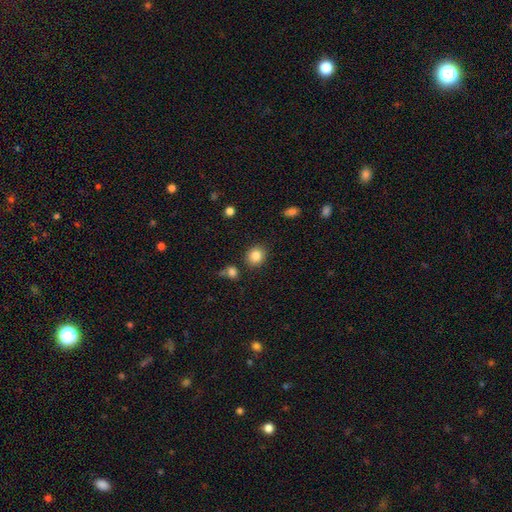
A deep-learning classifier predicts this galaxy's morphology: The model was most divided on "how rounded": round: 76%, in between: 23%, cigar-shaped: 1%. More confident: smooth or featured — smooth (85%); merging — none (85%).